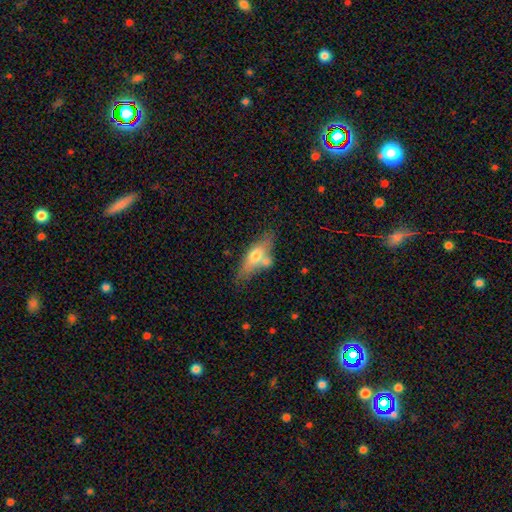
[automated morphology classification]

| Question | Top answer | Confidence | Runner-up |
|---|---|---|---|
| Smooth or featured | smooth | 58% | featured or disk (36%) |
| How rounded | in between | 62% | cigar-shaped (34%) |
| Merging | none | 53% | merger (24%) |